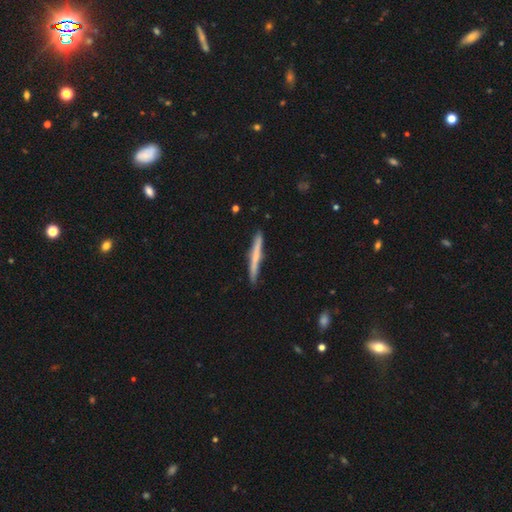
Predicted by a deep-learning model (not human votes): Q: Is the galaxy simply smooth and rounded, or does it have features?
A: smooth — 51%.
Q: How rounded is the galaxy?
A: cigar-shaped — 96%.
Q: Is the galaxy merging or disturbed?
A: none — 88%.